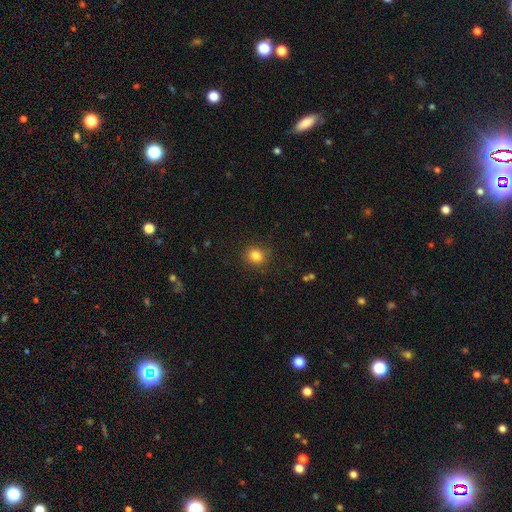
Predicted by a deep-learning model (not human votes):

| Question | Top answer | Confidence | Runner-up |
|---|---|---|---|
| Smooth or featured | smooth | 83% | star or artifact (12%) |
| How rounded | round | 76% | in between (23%) |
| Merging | none | 88% | minor disturbance (8%) |